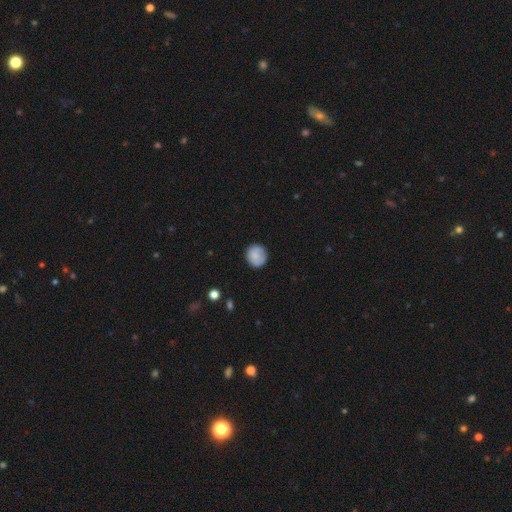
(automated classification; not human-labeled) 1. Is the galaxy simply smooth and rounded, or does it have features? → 83% smooth, 9% featured or disk, 8% star or artifact.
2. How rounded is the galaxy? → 89% round, 10% in between, 1% cigar-shaped.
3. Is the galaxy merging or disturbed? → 84% none, 12% minor disturbance, 3% major disturbance, 1% merger.